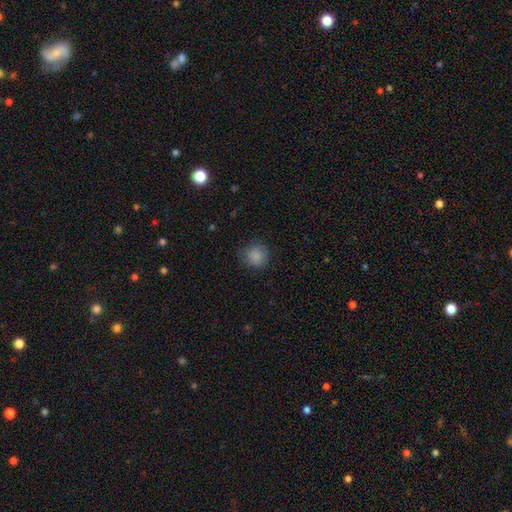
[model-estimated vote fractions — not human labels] Overall: smooth (86%). How rounded: round (88%). Merging: none (79%).